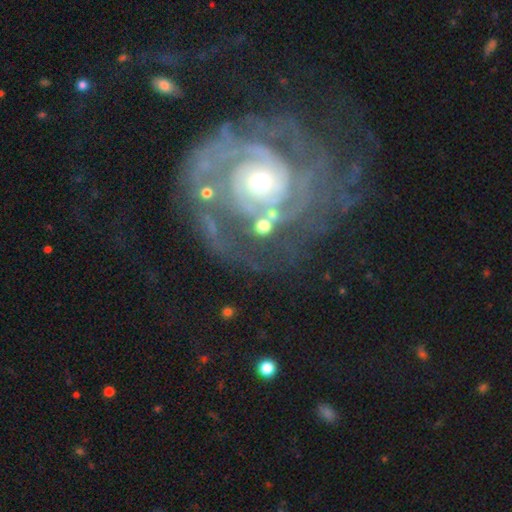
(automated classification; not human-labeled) featured or disk 88%, star or artifact 7%, smooth 5%. Down the decision tree: edge-on disk — no (98%); bar — no (78%); spiral arms — yes (96%); spiral arm count — 2 (32%); spiral winding — tight (68%); bulge size — small (55%); merging — none (60%).